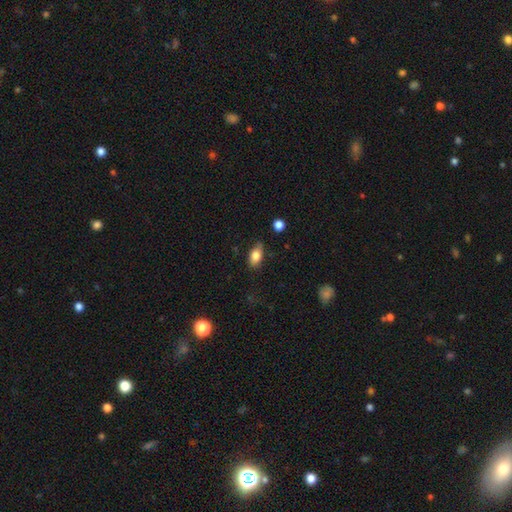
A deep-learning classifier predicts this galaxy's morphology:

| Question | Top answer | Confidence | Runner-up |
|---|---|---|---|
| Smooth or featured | smooth | 79% | featured or disk (13%) |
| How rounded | in between | 87% | round (8%) |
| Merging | none | 77% | minor disturbance (18%) |